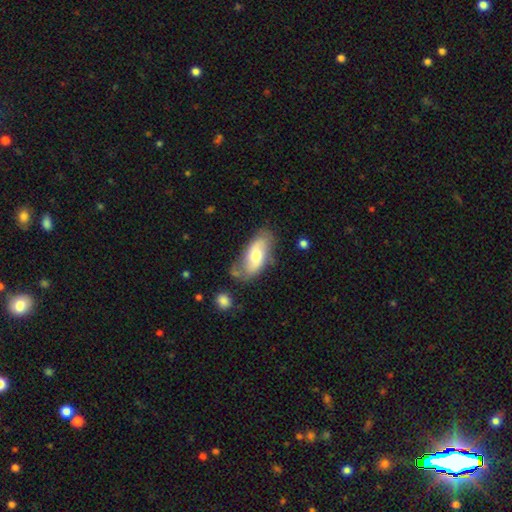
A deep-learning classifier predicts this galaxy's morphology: A smooth galaxy with no disk features (51%) that is in between round and cigar-shaped (87%).

Vote fractions:
- Smooth or featured? smooth: 51% / featured or disk: 44% / star or artifact: 6%
- How rounded? in between: 87% / cigar-shaped: 10% / round: 3%
- Merging? none: 63% / minor disturbance: 24% / major disturbance: 7% / merger: 6%